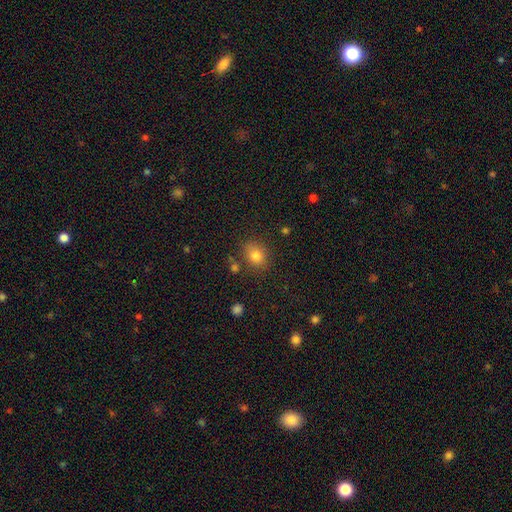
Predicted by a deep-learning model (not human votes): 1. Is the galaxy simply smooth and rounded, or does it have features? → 81% smooth, 12% star or artifact, 8% featured or disk.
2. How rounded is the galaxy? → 55% round, 44% in between, 1% cigar-shaped.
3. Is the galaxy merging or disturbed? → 77% none, 13% minor disturbance, 5% merger, 4% major disturbance.